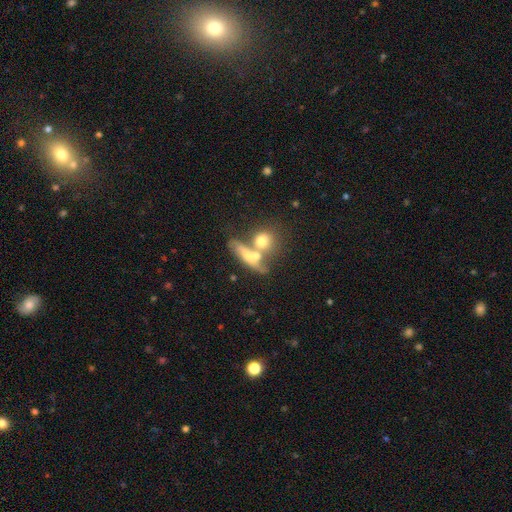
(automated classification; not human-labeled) Q: Smooth or featured?
A: smooth (56%); runner-up: featured or disk (34%)
Q: How rounded?
A: round (42%); runner-up: in between (37%)
Q: Merging?
A: merger (53%); runner-up: none (28%)